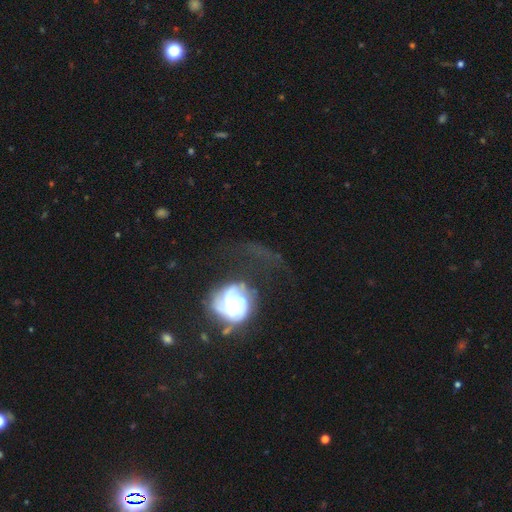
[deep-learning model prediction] This is marginally a featured or disk galaxy (38%). Merging: marginally major disturbance (40%).